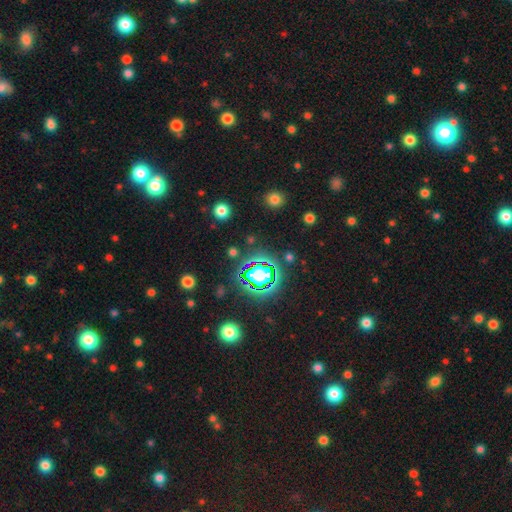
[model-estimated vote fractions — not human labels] Q: Smooth or featured?
A: star or artifact (78%); runner-up: smooth (14%)